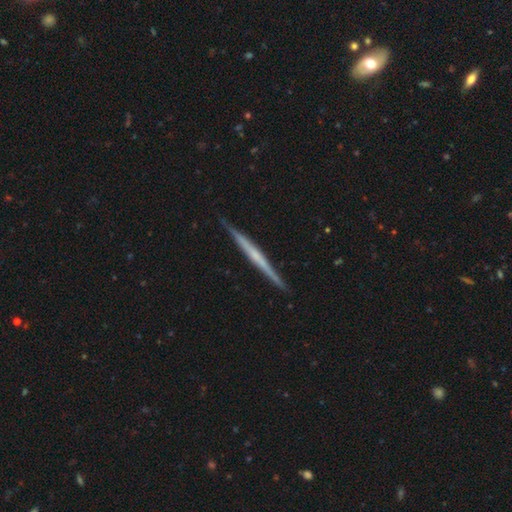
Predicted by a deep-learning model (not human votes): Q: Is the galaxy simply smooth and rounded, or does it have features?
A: featured or disk — 68%.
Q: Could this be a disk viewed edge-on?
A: yes — 98%.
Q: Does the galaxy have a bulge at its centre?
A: none — 68%.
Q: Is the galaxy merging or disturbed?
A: none — 90%.